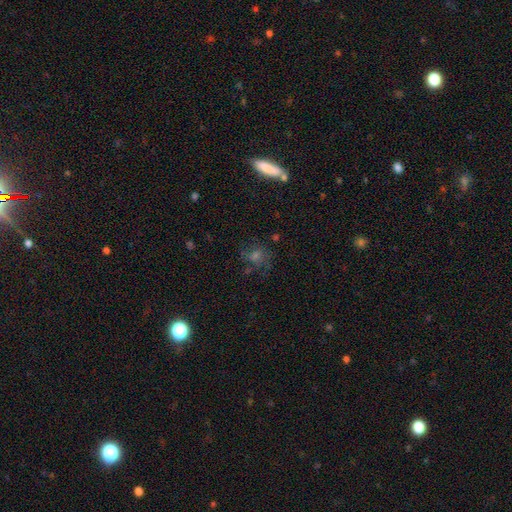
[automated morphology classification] The model was most divided on "smooth or featured": smooth: 37%, featured or disk: 36%, star or artifact: 27%. More confident: merging — none (69%).